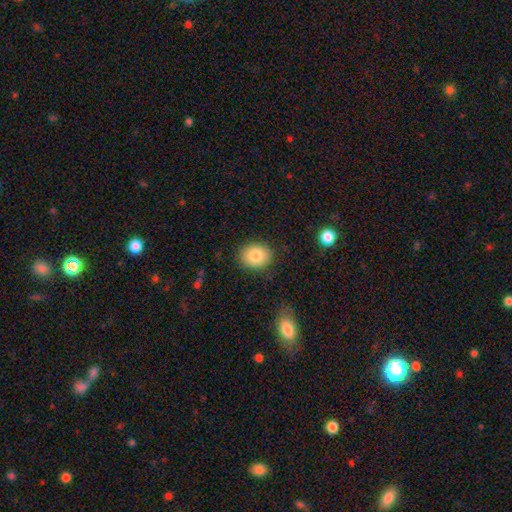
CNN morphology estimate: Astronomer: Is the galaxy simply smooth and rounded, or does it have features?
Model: smooth — 84%.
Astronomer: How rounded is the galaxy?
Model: round — 58% (runner-up: in between, 42%).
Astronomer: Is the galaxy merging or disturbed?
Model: none — 86%.